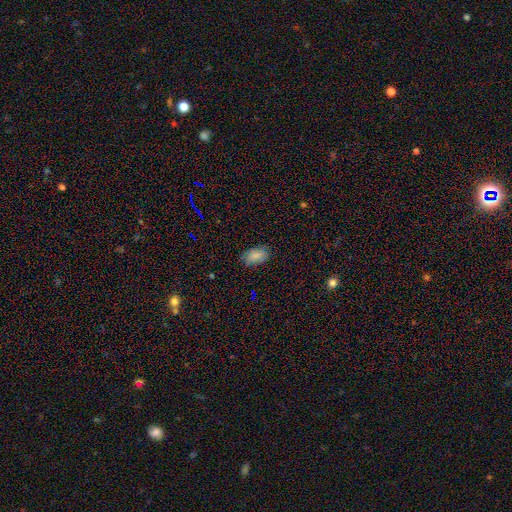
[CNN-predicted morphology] A smooth galaxy with no disk features (84%) that is in between round and cigar-shaped (92%). Merging: none (80%).